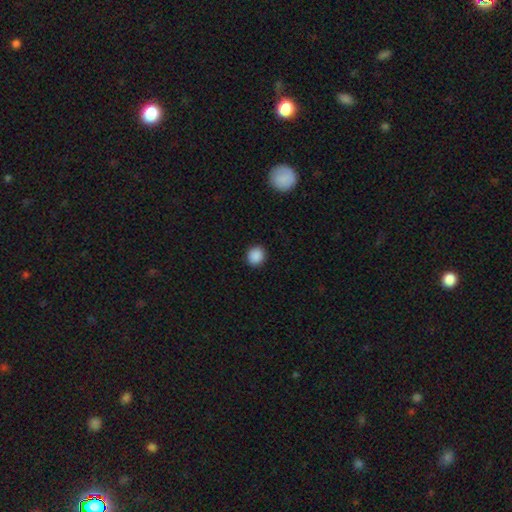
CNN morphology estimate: Overall: smooth (89%). How rounded: round (84%). Merging: none (92%).